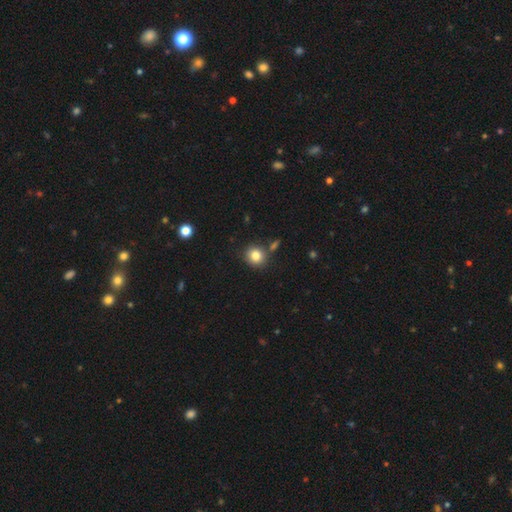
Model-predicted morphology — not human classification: Overall: smooth (82%). How rounded: round (84%). Merging: none (78%).